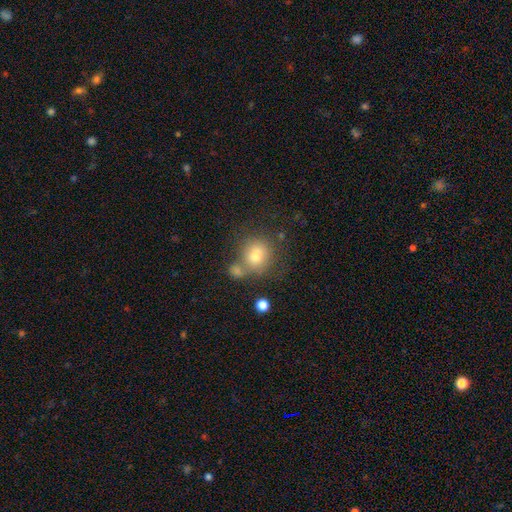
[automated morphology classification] This is likely a smooth galaxy (75%). How rounded: likely round (77%). Merging: possibly none (54%).